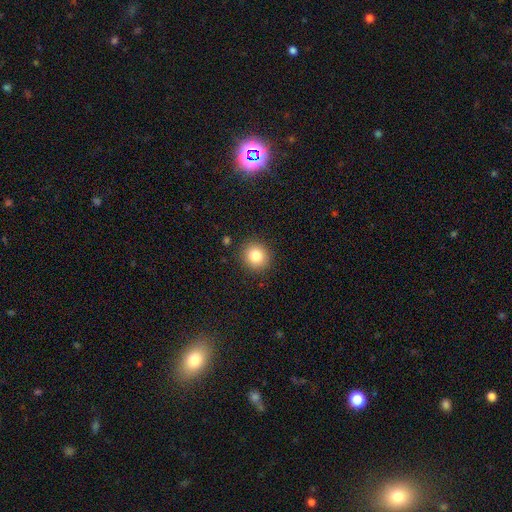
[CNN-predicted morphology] The model was most divided on "smooth or featured": smooth: 82%, star or artifact: 10%, featured or disk: 8%. More confident: merging — none (89%); how rounded — round (86%).